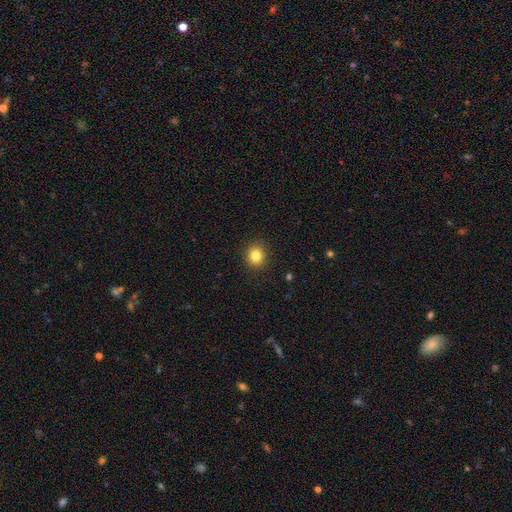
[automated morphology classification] A smooth galaxy with no disk features (83%) that is round (84%). Merging: none (91%).